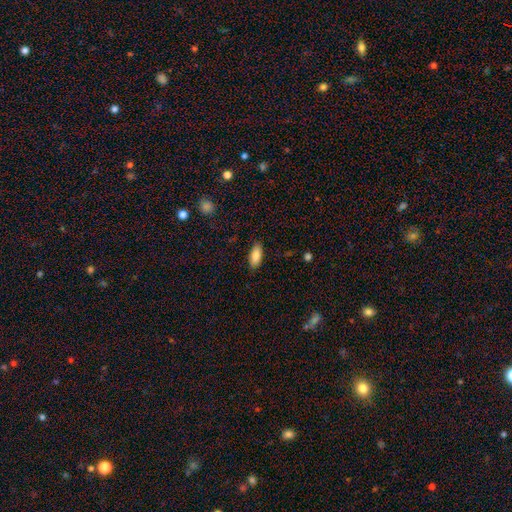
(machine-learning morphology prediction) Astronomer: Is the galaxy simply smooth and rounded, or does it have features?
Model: smooth — 84%.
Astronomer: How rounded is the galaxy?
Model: in between — 84%.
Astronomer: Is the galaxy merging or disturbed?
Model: none — 87%.